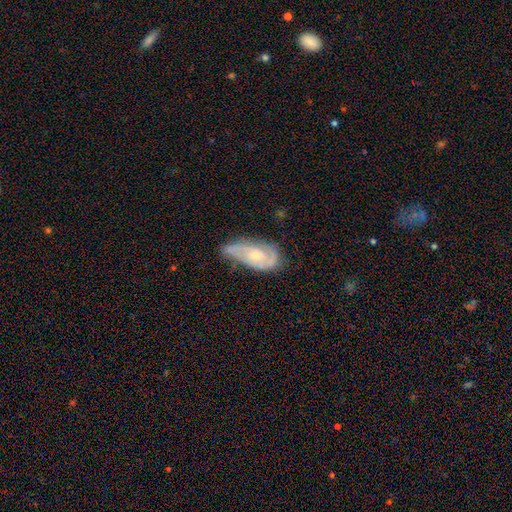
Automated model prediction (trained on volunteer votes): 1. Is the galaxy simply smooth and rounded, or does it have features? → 69% featured or disk, 25% smooth, 6% star or artifact.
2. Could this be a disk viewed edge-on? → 94% no, 6% yes.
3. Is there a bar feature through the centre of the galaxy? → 68% no, 27% weak, 5% strong.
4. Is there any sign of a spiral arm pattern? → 88% yes, 12% no.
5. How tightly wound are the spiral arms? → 44% tight, 40% medium, 15% loose.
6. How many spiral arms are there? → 58% 2, 22% can't tell, 9% 1, 8% 3, 2% 4, 2% more than 4.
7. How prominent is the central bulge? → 54% small, 39% moderate, 4% none, 2% large, 1% dominant.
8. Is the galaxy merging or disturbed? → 42% none, 37% minor disturbance, 16% major disturbance, 4% merger.